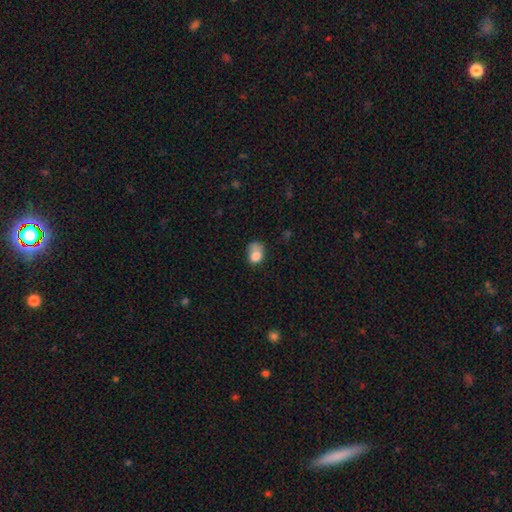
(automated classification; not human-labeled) Smooth or featured: smooth — 77% (featured or disk — 13%)
How rounded: in between — 62% (round — 37%)
Merging: none — 32% (minor disturbance — 31%)